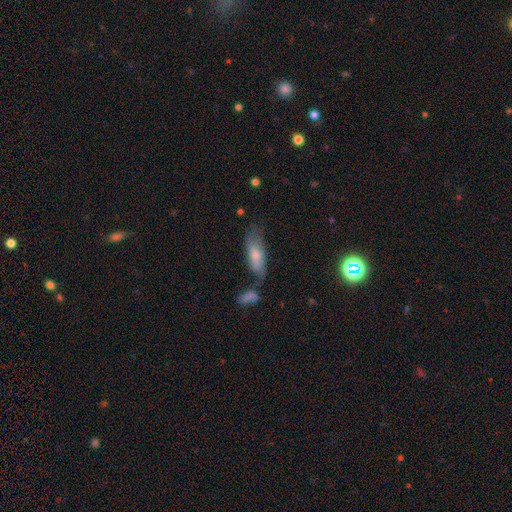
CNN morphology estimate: Smooth or featured? Predicted: smooth (p=0.64). How rounded? Predicted: in between (p=0.63). Merging? Predicted: none (p=0.47).